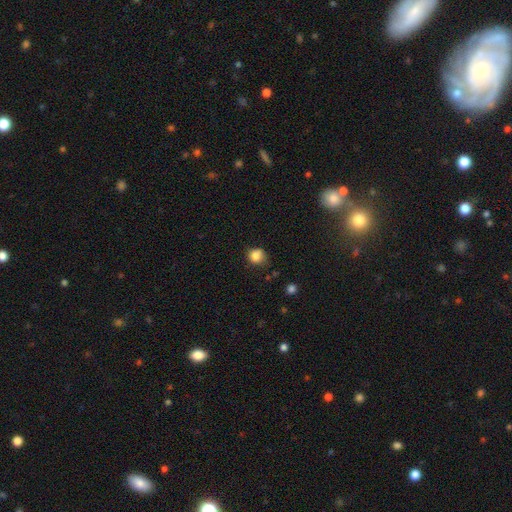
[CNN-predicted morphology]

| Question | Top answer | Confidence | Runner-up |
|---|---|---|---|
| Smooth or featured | smooth | 84% | star or artifact (11%) |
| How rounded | round | 79% | in between (21%) |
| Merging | none | 64% | minor disturbance (27%) |